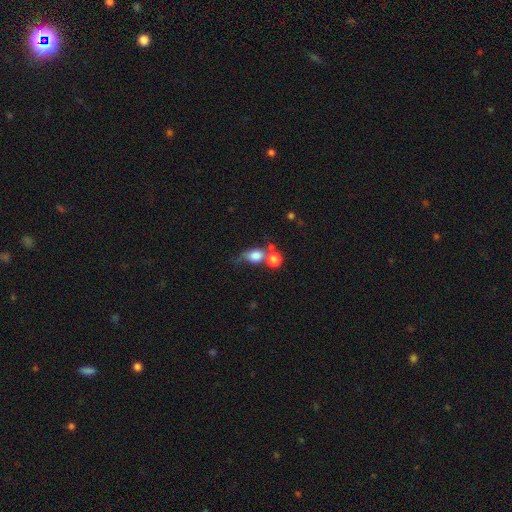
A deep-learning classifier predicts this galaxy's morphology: Smooth or featured?
  - smooth: 75% *
  - featured or disk: 15%
  - star or artifact: 10%
How rounded?
  - in between: 49% *
  - round: 48%
  - cigar-shaped: 3%
Merging?
  - merger: 44% *
  - none: 29%
  - minor disturbance: 15%
  - major disturbance: 12%